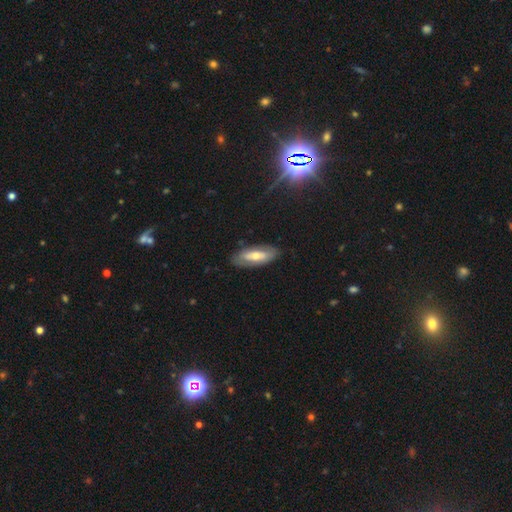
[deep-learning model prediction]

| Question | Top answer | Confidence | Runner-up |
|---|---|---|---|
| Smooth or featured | featured or disk | 47% | tied: smooth (47%) |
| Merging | none | 82% | minor disturbance (13%) |